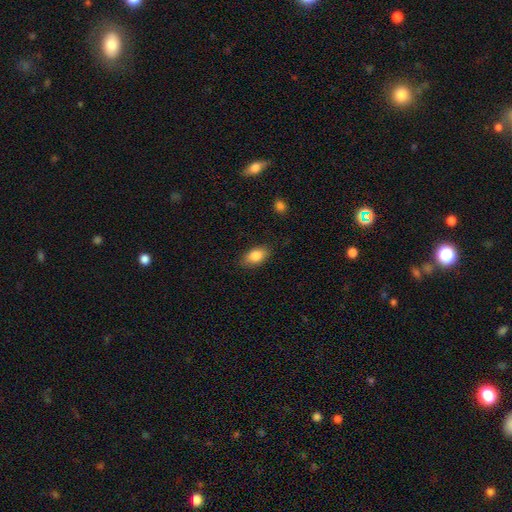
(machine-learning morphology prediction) A smooth galaxy with no disk features (85%) that is in between round and cigar-shaped (90%).

Vote fractions:
- Smooth or featured? smooth: 85% / featured or disk: 8% / star or artifact: 7%
- How rounded? in between: 90% / round: 7% / cigar-shaped: 3%
- Merging? none: 85% / minor disturbance: 11% / major disturbance: 3% / merger: 1%